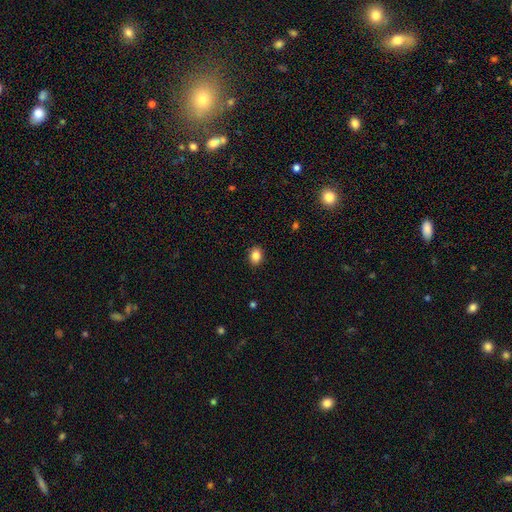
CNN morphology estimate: Smooth or featured? Predicted: smooth (p=0.86). How rounded? Predicted: in between (p=0.62). Merging? Predicted: none (p=0.89).